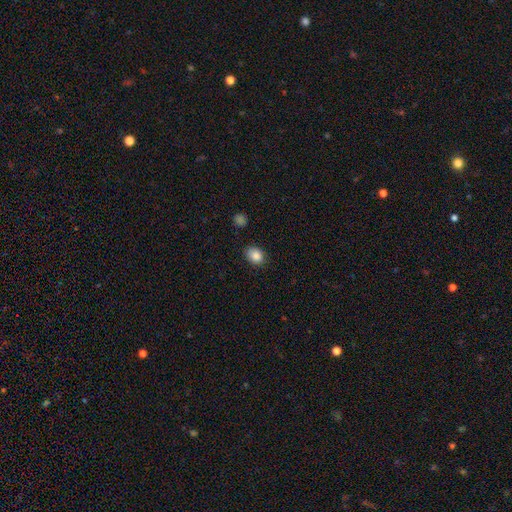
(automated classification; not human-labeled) Smooth or featured? smooth (86%)
How rounded? in between (52%)
Merging? none (83%)